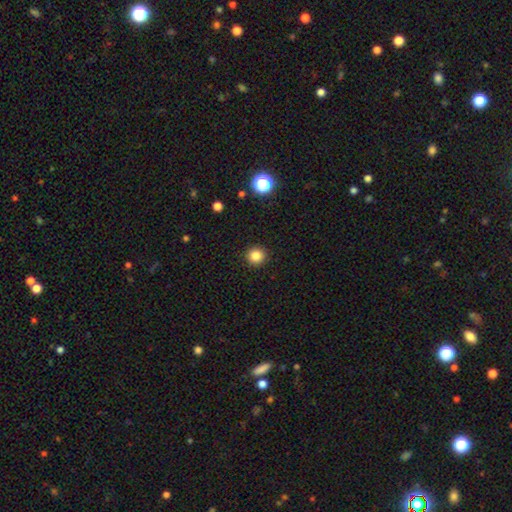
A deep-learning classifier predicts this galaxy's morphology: Overall: smooth (84%). How rounded: round (94%). Merging: none (92%).